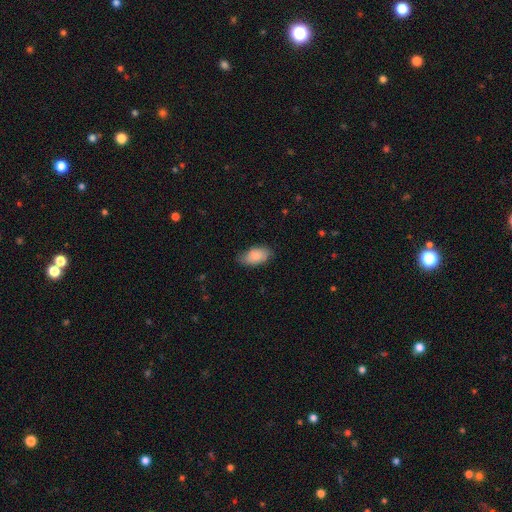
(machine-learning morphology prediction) Smooth or featured?
  - smooth: 84% *
  - featured or disk: 9%
  - star or artifact: 6%
How rounded?
  - in between: 93% *
  - round: 5%
  - cigar-shaped: 3%
Merging?
  - none: 69% *
  - minor disturbance: 25%
  - major disturbance: 5%
  - merger: 1%